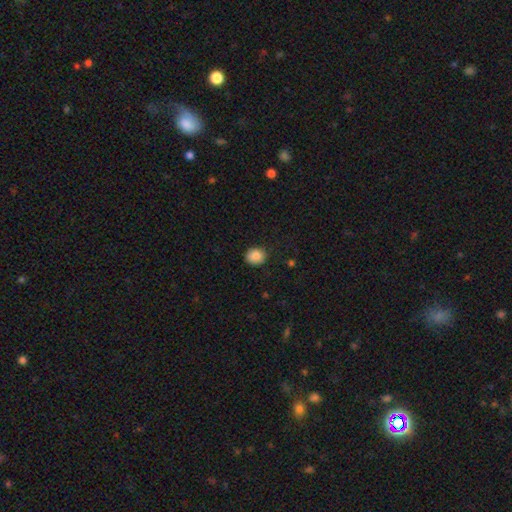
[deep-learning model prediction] smooth 87%, star or artifact 9%, featured or disk 4%. Down the decision tree: how rounded — round (75%); merging — none (87%).